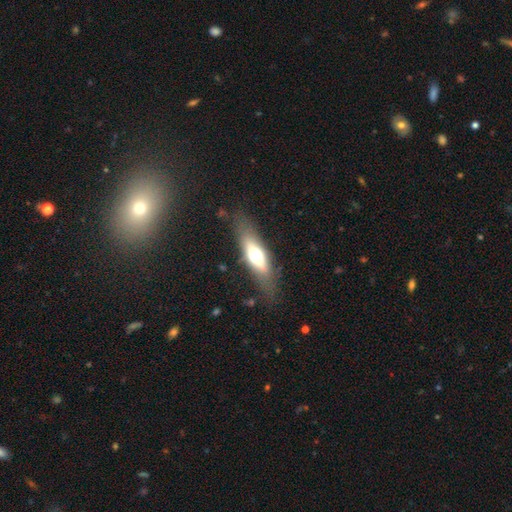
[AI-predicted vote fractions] Morphology: type=smooth (52%); roundness=in between (52%); merging=none (75%).